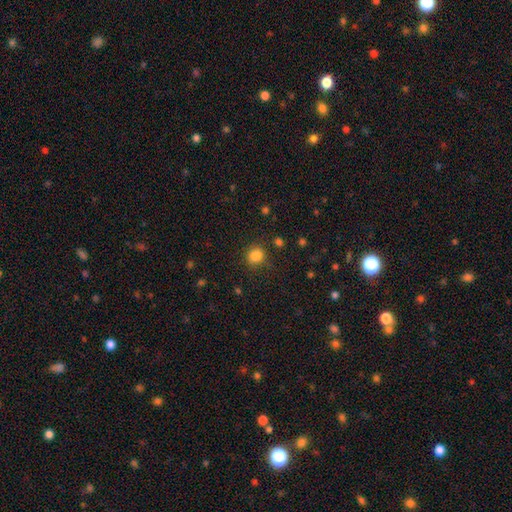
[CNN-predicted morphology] smooth_or_featured: smooth (p=0.83) [alt: star or artifact p=0.12]
how_rounded: round (p=0.69) [alt: in between p=0.30]
merging: none (p=0.75) [alt: minor disturbance p=0.16]